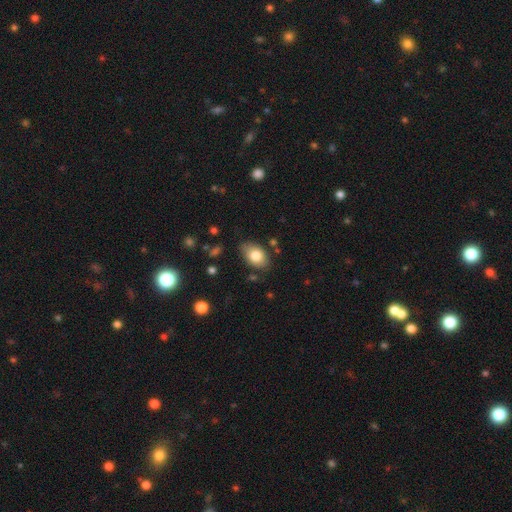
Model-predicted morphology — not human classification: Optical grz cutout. It shows a smooth galaxy with no disk features (80%) that is in between round and cigar-shaped (86%). Merging: none (77%).